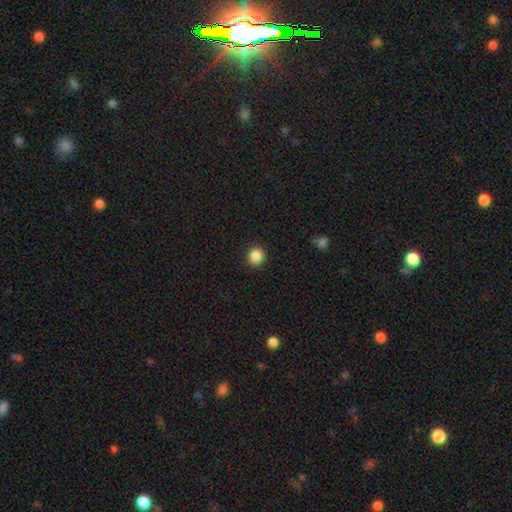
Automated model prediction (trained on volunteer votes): The model was most divided on "smooth or featured": smooth: 87%, star or artifact: 10%, featured or disk: 3%. More confident: merging — none (92%); how rounded — round (91%).